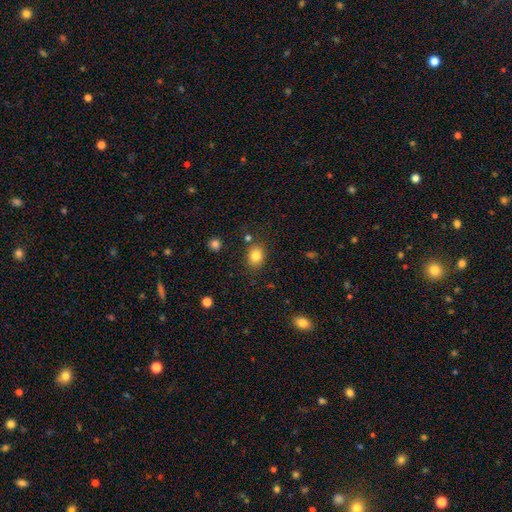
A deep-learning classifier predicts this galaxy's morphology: smooth_or_featured: smooth (p=0.82) [alt: star or artifact p=0.11]
how_rounded: round (p=0.59) [alt: in between p=0.41]
merging: none (p=0.82) [alt: minor disturbance p=0.10]